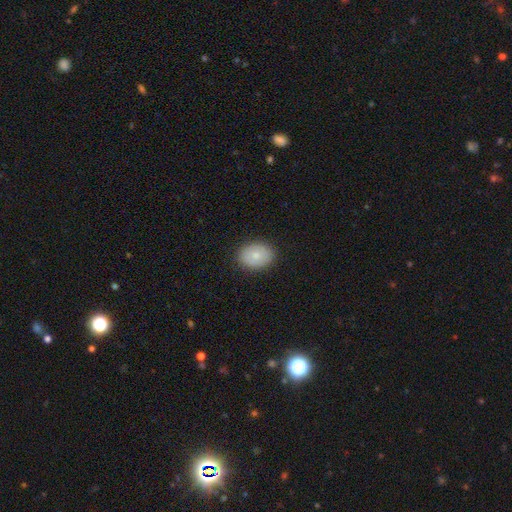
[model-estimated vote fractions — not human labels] Smooth or featured? smooth (76%)
How rounded? in between (63%)
Merging? none (88%)